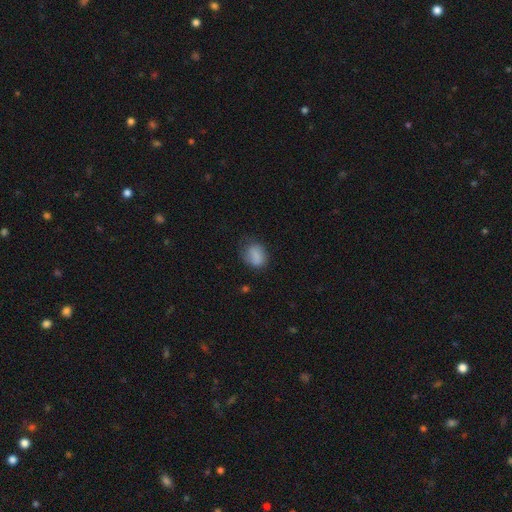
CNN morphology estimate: Smooth or featured? Predicted: smooth (p=0.81). How rounded? Predicted: in between (p=0.61). Merging? Predicted: none (p=0.58).